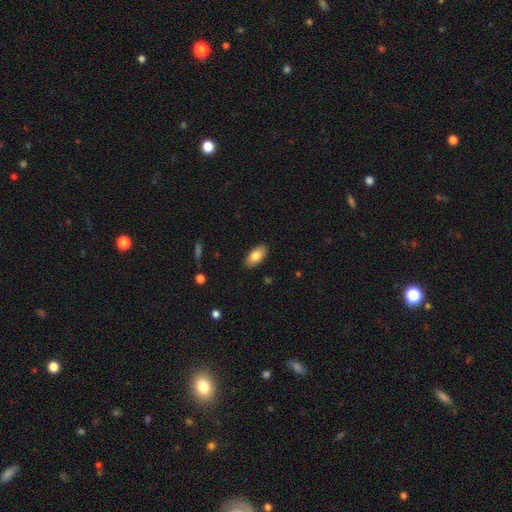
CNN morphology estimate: Smooth or featured? Predicted: smooth (p=0.81). How rounded? Predicted: in between (p=0.92). Merging? Predicted: none (p=0.88).